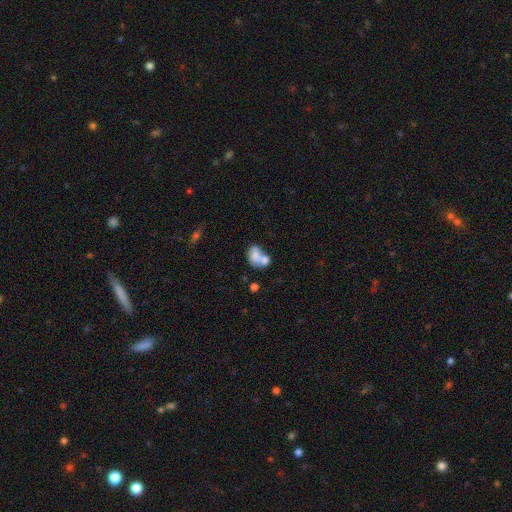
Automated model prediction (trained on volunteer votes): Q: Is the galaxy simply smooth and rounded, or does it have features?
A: smooth — 66%.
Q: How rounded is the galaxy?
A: in between — 75%.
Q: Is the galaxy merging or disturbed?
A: merger — 63%.